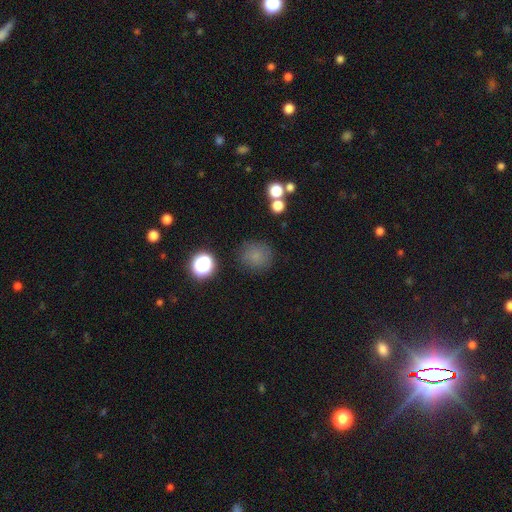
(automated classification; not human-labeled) Smooth or featured?
  - smooth: 74% *
  - star or artifact: 18%
  - featured or disk: 8%
How rounded?
  - round: 89% *
  - in between: 10%
  - cigar-shaped: 1%
Merging?
  - none: 79% *
  - minor disturbance: 13%
  - major disturbance: 4%
  - merger: 3%